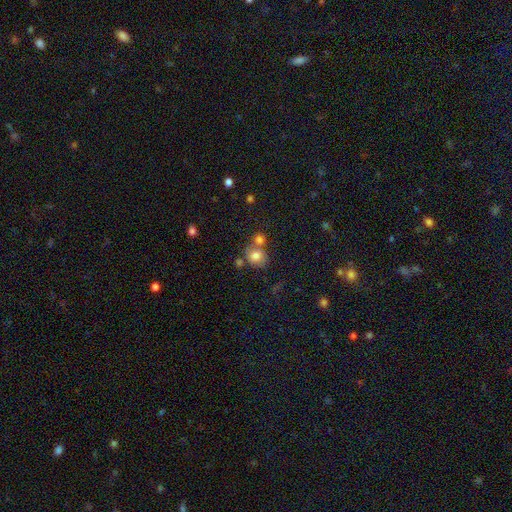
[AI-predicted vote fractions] Smooth or featured?
  - smooth: 78% *
  - featured or disk: 12%
  - star or artifact: 11%
How rounded?
  - round: 72% *
  - in between: 27%
  - cigar-shaped: 1%
Merging?
  - none: 49% *
  - merger: 34%
  - minor disturbance: 12%
  - major disturbance: 5%